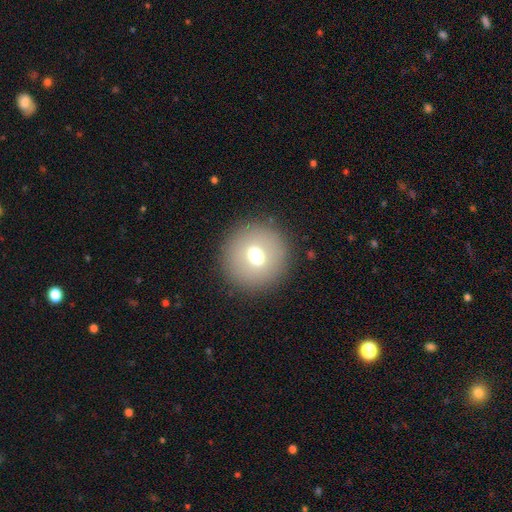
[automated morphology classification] Smooth or featured? smooth (67%)
How rounded? round (95%)
Merging? none (92%)